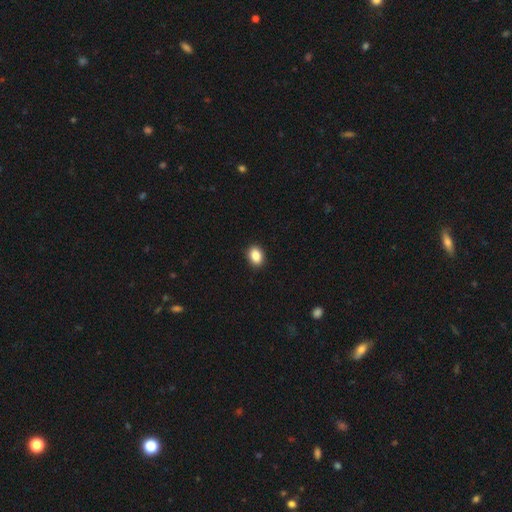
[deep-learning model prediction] Smooth or featured? smooth (87%)
How rounded? in between (73%)
Merging? none (91%)